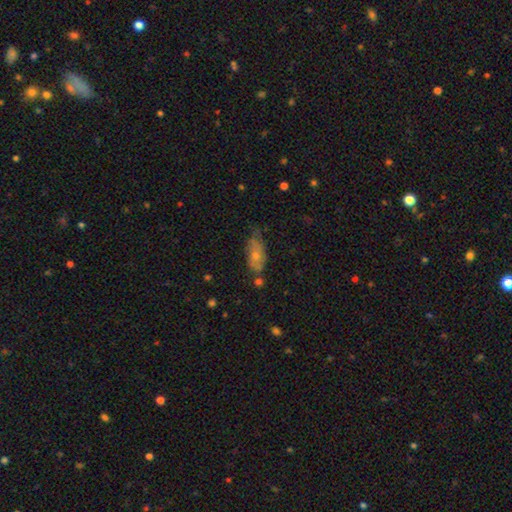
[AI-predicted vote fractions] Smooth or featured? Predicted: smooth (p=0.46). Merging? Predicted: none (p=0.57).